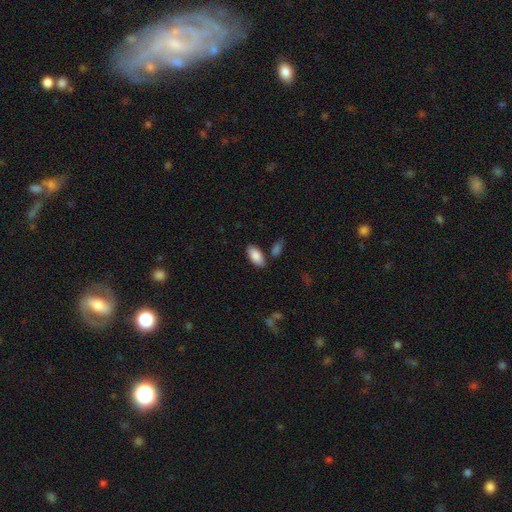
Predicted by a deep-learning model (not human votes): Smooth or featured?
  - smooth: 88% *
  - star or artifact: 6%
  - featured or disk: 6%
How rounded?
  - in between: 93% *
  - cigar-shaped: 5%
  - round: 2%
Merging?
  - none: 81% *
  - minor disturbance: 11%
  - merger: 6%
  - major disturbance: 3%